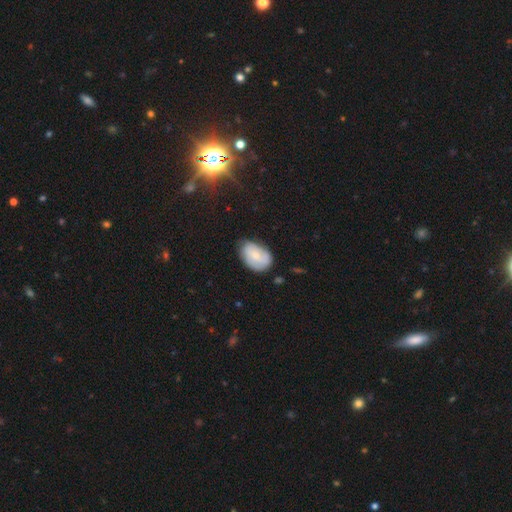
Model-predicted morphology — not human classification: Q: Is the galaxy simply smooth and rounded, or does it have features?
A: smooth — 60%.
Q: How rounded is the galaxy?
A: in between — 87%.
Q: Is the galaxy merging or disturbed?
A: none — 61%.